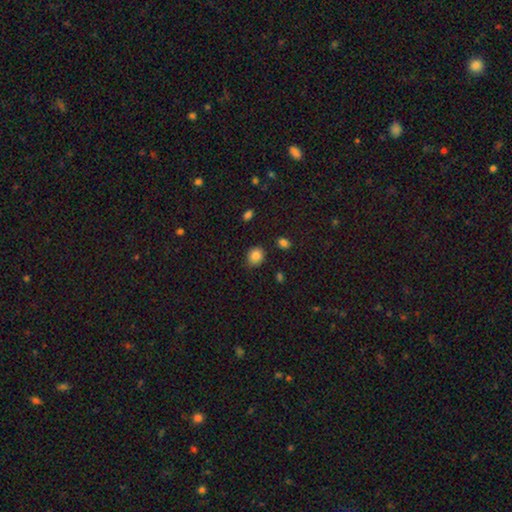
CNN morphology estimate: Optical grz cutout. It shows a smooth galaxy with no disk features (85%) that is round (71%). Merging: none (83%).